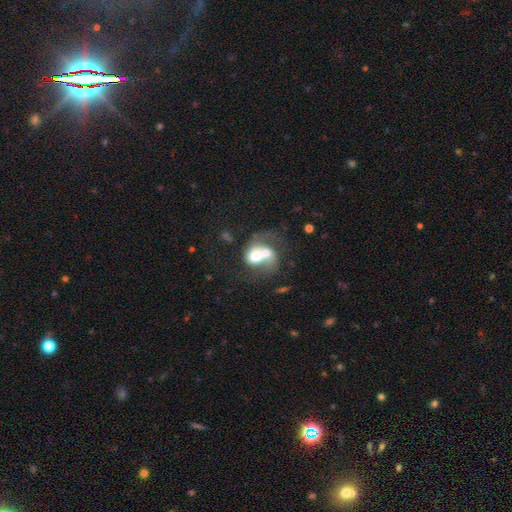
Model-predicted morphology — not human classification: Q: Smooth or featured?
A: featured or disk (51%); runner-up: smooth (41%)
Q: Edge-on disk?
A: no (97%); runner-up: yes (3%)
Q: Merging?
A: merger (73%); runner-up: major disturbance (11%)